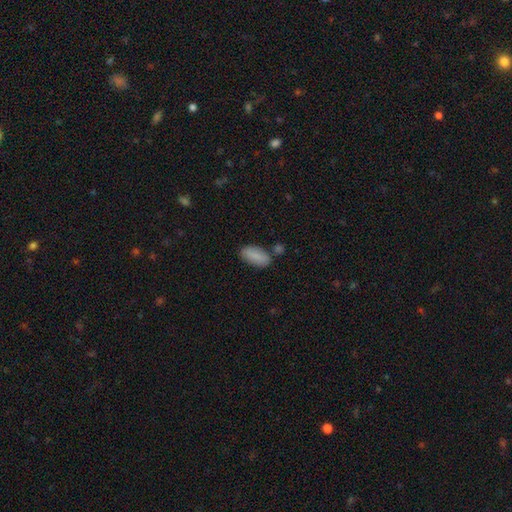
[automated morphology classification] Overall: smooth (85%). How rounded: in between (88%). Merging: none (71%).